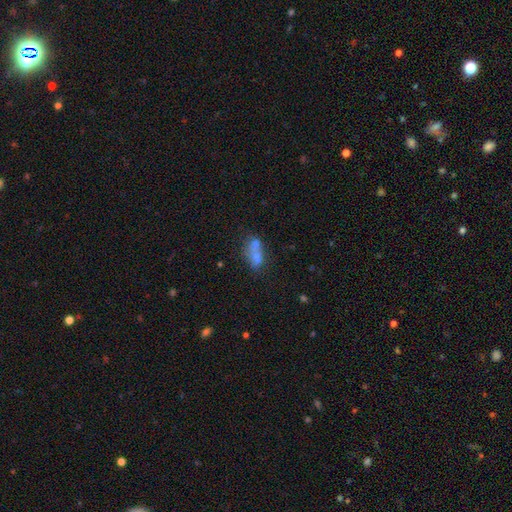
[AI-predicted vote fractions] A smooth galaxy with no disk features (58%) that is in between round and cigar-shaped (80%). Merging: merger (39%).